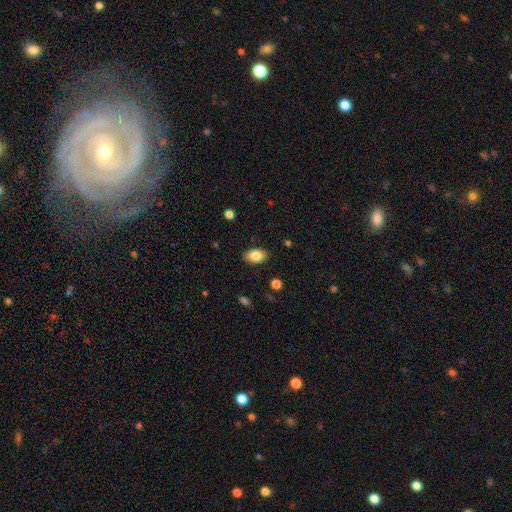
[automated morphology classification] Smooth or featured? Predicted: smooth (p=0.84). How rounded? Predicted: in between (p=0.89). Merging? Predicted: none (p=0.87).